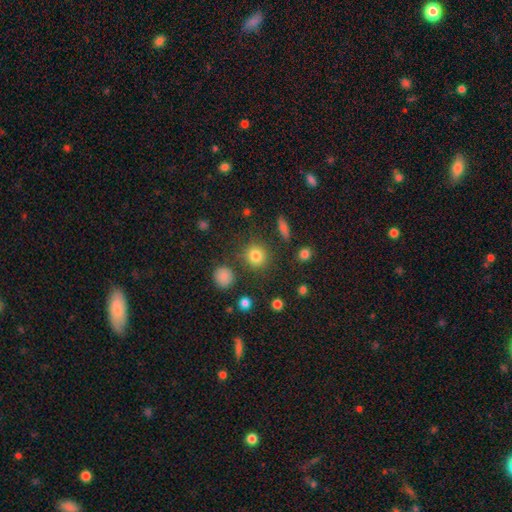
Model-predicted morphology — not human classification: Smooth or featured? Predicted: smooth (p=0.81). How rounded? Predicted: round (p=0.89). Merging? Predicted: none (p=0.83).